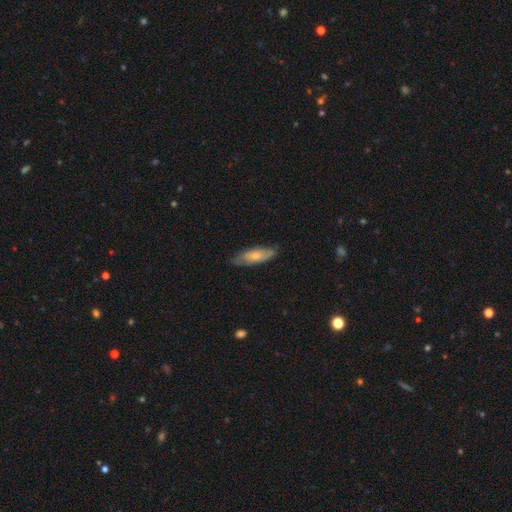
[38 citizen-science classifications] Smooth or featured: smooth — 53% (featured or disk — 45%)
How rounded: in between — 90% (cigar-shaped — 10%)
Merging: none — 84% (minor disturbance — 16%)